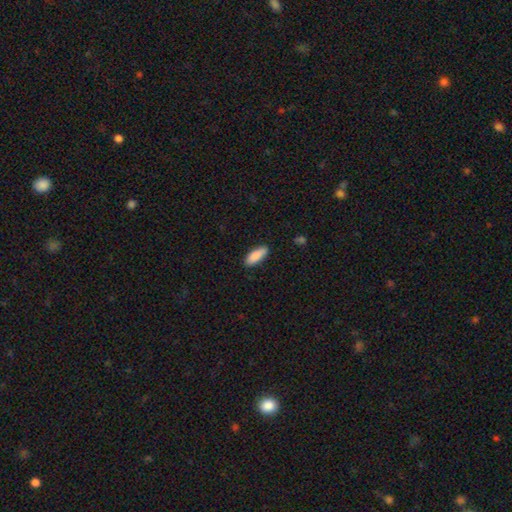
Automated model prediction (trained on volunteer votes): Morphology: type=smooth (89%); roundness=in between (73%); merging=none (86%).